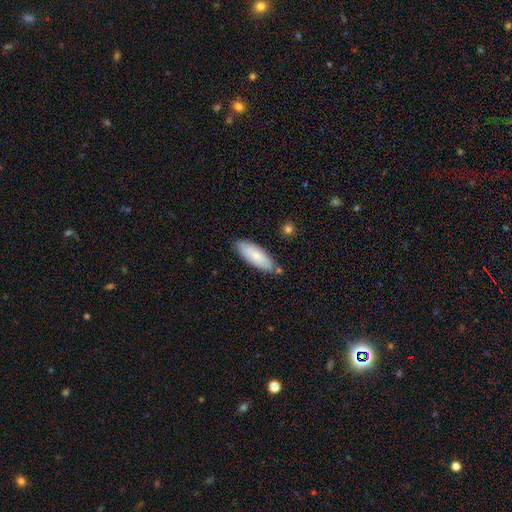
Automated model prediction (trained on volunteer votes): smooth-or-featured: smooth: 76% | featured or disk: 18% | star or artifact: 6%
  how-rounded: in between: 66% | cigar-shaped: 32% | round: 2%
  merging: none: 77% | minor disturbance: 16% | merger: 4% | major disturbance: 3%